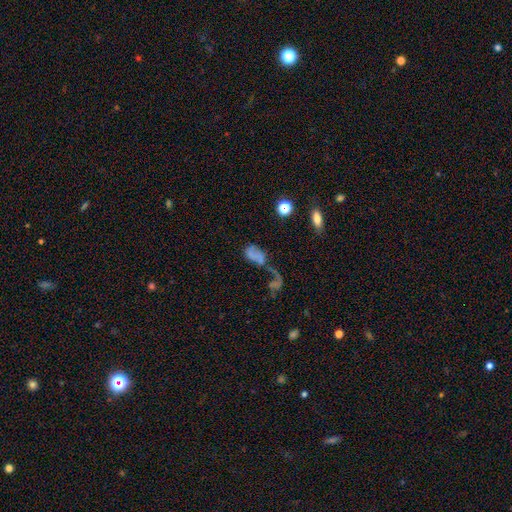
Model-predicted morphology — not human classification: A smooth galaxy with no disk features (51%) that is in between round and cigar-shaped (84%).

Vote fractions:
- Smooth or featured? smooth: 51% / featured or disk: 32% / star or artifact: 18%
- How rounded? in between: 84% / round: 10% / cigar-shaped: 6%
- Merging? merger: 40% / major disturbance: 35% / none: 16% / minor disturbance: 10%